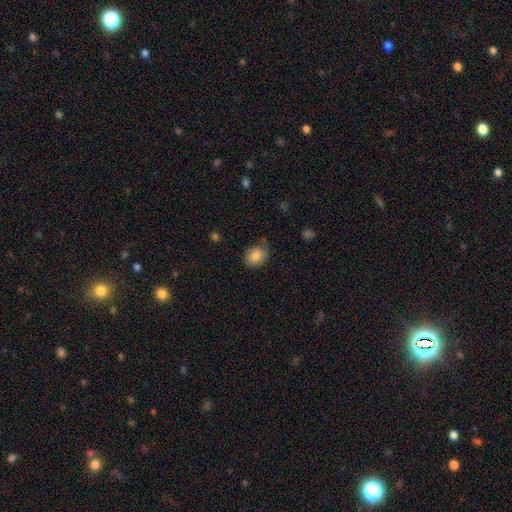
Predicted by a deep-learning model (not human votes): Smooth or featured: smooth — 83% (featured or disk — 9%)
How rounded: in between — 63% (round — 36%)
Merging: none — 71% (minor disturbance — 22%)